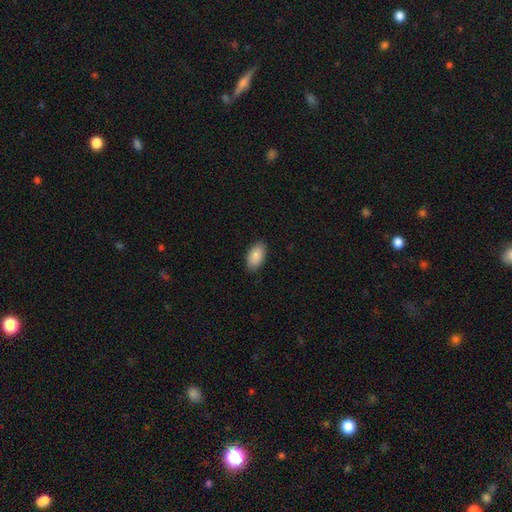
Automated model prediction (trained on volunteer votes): Q: Smooth or featured?
A: smooth (89%); runner-up: star or artifact (6%)
Q: How rounded?
A: in between (95%); runner-up: round (3%)
Q: Merging?
A: none (87%); runner-up: minor disturbance (10%)